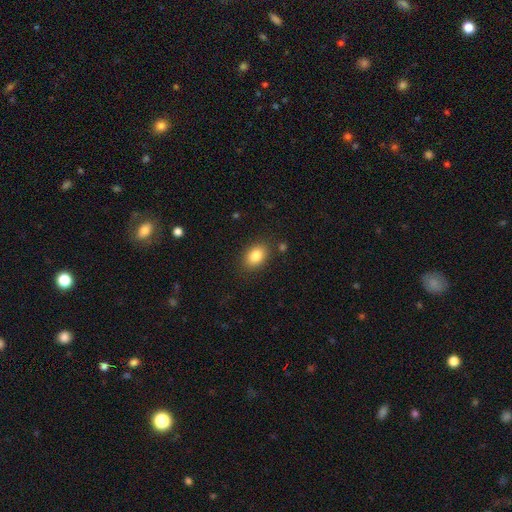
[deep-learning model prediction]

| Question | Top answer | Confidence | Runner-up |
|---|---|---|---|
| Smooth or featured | smooth | 83% | star or artifact (9%) |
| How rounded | in between | 76% | round (23%) |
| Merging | none | 85% | minor disturbance (10%) |